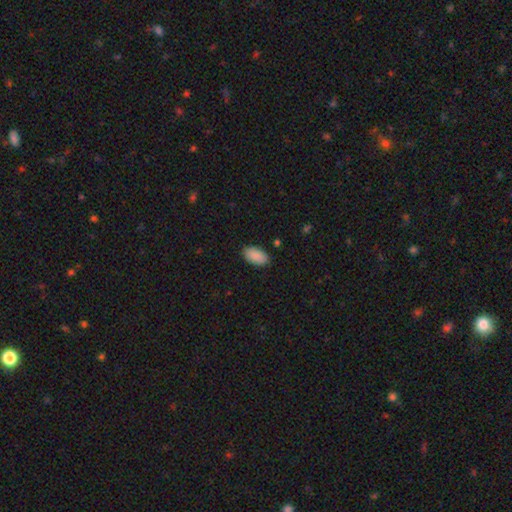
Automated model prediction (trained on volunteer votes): A smooth galaxy with no disk features (90%) that is in between round and cigar-shaped (95%). Merging: none (87%).